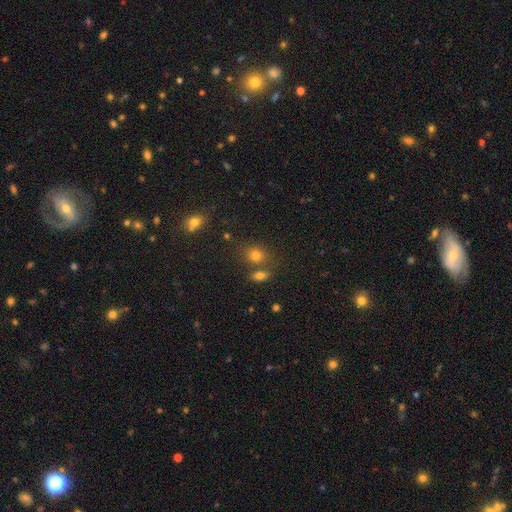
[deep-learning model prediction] The model was most divided on "how rounded": round: 64%, in between: 35%, cigar-shaped: 1%. More confident: smooth or featured — smooth (73%); merging — none (62%).